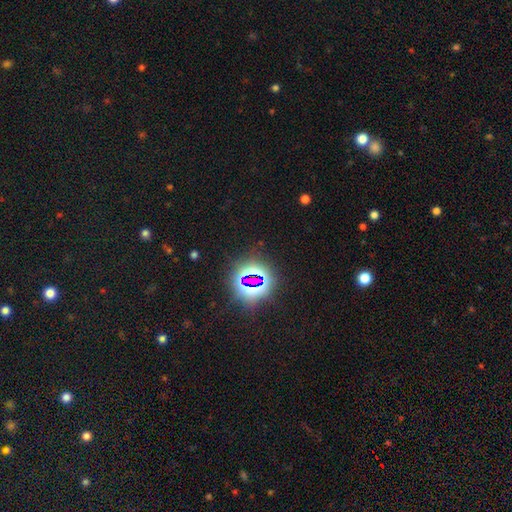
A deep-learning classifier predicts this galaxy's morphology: type=star or artifact (77%).